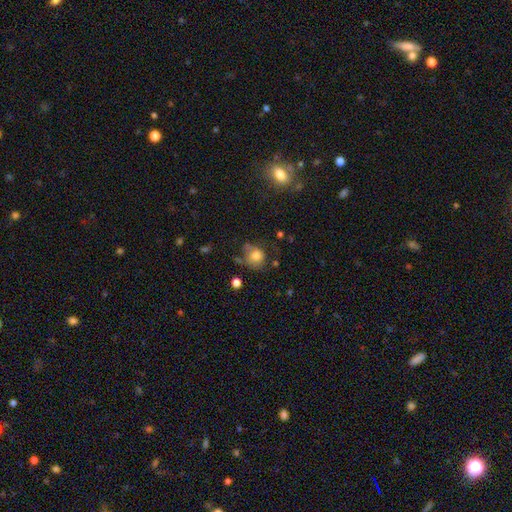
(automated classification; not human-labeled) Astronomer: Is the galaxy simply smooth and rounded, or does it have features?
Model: smooth — 75%.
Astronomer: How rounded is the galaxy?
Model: round — 71%.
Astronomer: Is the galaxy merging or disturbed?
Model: none — 47% (runner-up: minor disturbance, 28%).